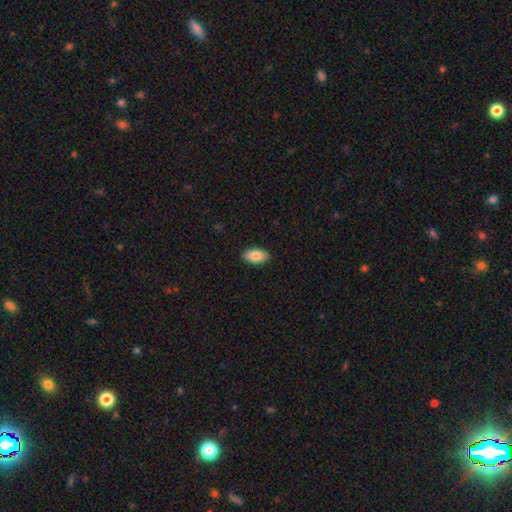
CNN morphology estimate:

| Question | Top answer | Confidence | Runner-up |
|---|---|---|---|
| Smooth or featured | smooth | 85% | featured or disk (8%) |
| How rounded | in between | 94% | round (4%) |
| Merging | none | 90% | minor disturbance (8%) |